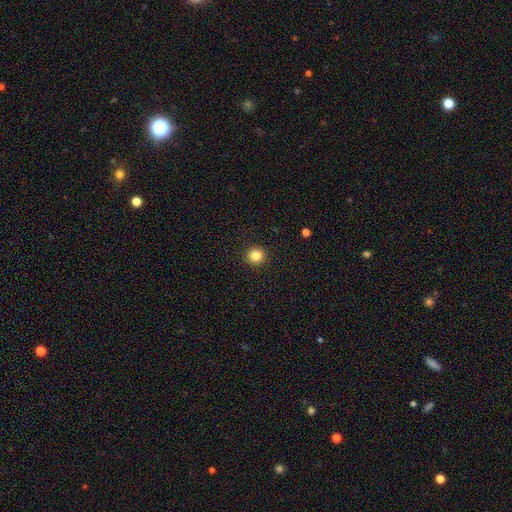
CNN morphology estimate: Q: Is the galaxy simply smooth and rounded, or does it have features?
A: smooth — 84%.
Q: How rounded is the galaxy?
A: round — 94%.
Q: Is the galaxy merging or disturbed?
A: none — 93%.